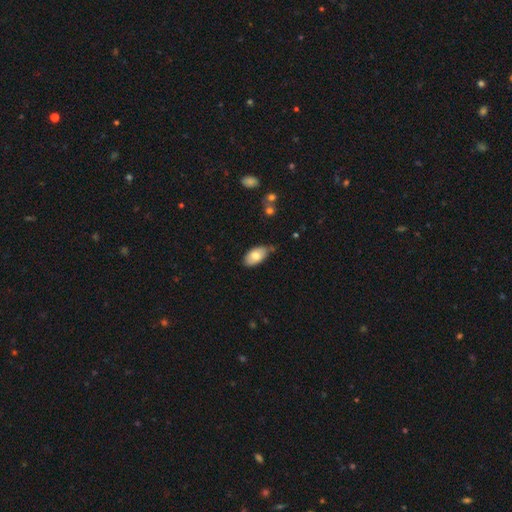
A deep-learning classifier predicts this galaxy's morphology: Smooth or featured? Predicted: smooth (p=0.74). How rounded? Predicted: in between (p=0.94). Merging? Predicted: none (p=0.64).